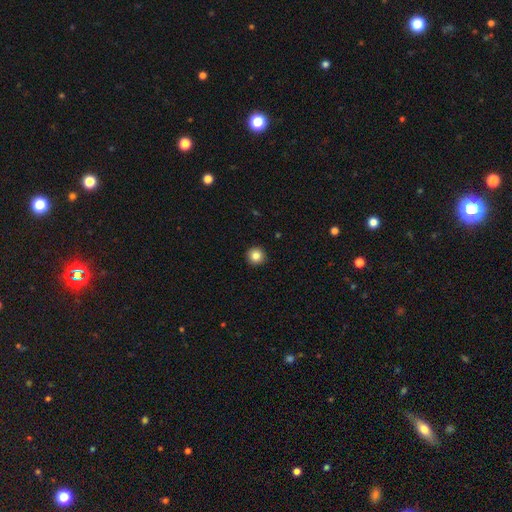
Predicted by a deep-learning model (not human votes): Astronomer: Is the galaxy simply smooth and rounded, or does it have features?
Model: smooth — 85%.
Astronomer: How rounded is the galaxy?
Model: round — 95%.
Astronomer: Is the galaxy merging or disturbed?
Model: none — 93%.